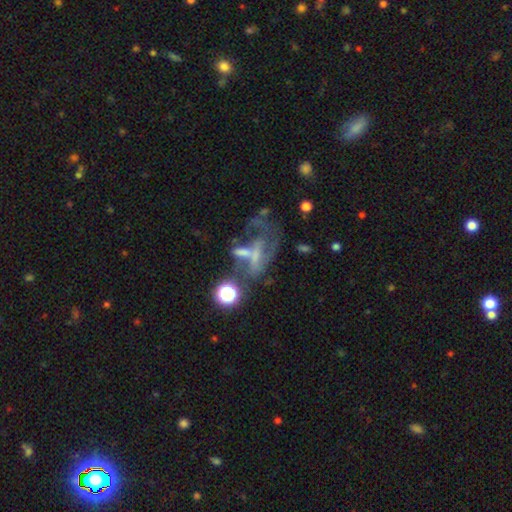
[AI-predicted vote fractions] smooth-or-featured: featured or disk: 54% | smooth: 23% | star or artifact: 22%
  disk-edge-on: no: 92% | yes: 8%
    bar: no: 58% | weak: 23% | strong: 18%
    has-spiral-arms: no: 68% | yes: 32%
    bulge-size: none: 51% | small: 26% | moderate: 17% | large: 4% | dominant: 2%
  merging: major disturbance: 39% | merger: 24% | none: 23% | minor disturbance: 14%